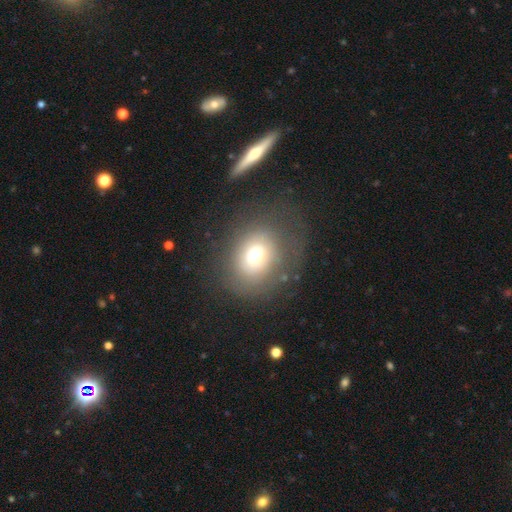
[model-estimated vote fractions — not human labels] Q: Smooth or featured?
A: smooth (64%); runner-up: featured or disk (21%)
Q: How rounded?
A: round (68%); runner-up: in between (31%)
Q: Merging?
A: none (67%); runner-up: minor disturbance (16%)